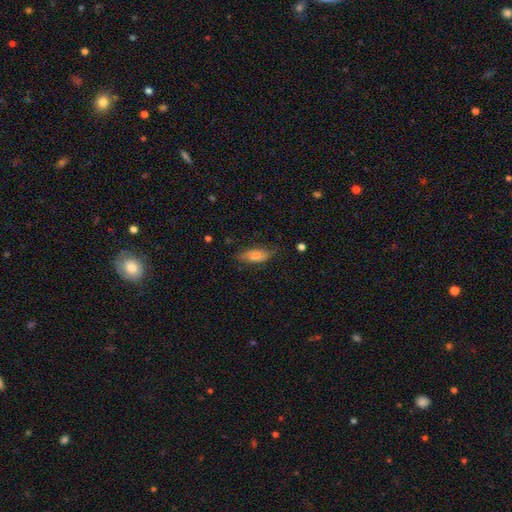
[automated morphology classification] Q: Smooth or featured?
A: smooth (80%); runner-up: featured or disk (13%)
Q: How rounded?
A: in between (80%); runner-up: cigar-shaped (17%)
Q: Merging?
A: none (68%); runner-up: minor disturbance (23%)